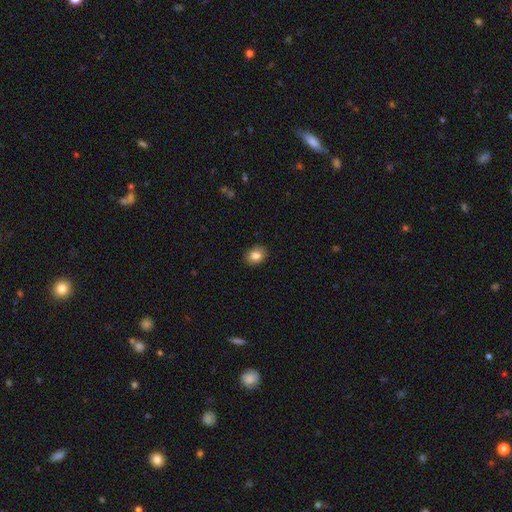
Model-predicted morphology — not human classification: smooth_or_featured: smooth (p=0.85) [alt: star or artifact p=0.09]
how_rounded: in between (p=0.57) [alt: round p=0.42]
merging: none (p=0.90) [alt: minor disturbance p=0.08]